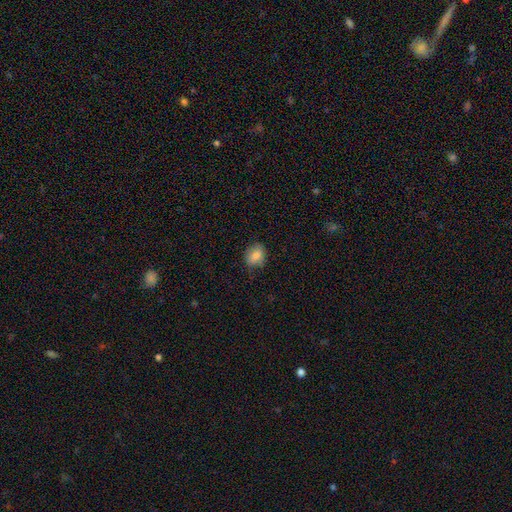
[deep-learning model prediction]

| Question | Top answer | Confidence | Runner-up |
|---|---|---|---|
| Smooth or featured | smooth | 83% | star or artifact (9%) |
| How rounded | in between | 55% | round (44%) |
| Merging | none | 77% | minor disturbance (18%) |